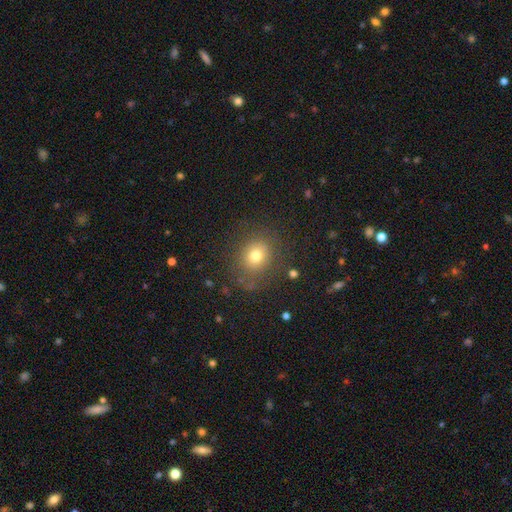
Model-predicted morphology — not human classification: Q: Smooth or featured?
A: smooth (75%); runner-up: star or artifact (15%)
Q: How rounded?
A: round (71%); runner-up: in between (28%)
Q: Merging?
A: none (80%); runner-up: minor disturbance (12%)